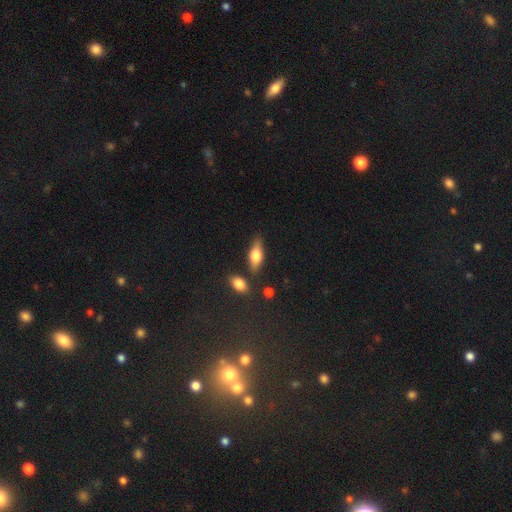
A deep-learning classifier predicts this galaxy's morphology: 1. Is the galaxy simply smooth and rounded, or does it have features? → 59% smooth, 34% featured or disk, 7% star or artifact.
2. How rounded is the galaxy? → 69% in between, 27% cigar-shaped, 4% round.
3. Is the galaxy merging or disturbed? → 75% none, 14% minor disturbance, 7% merger, 4% major disturbance.